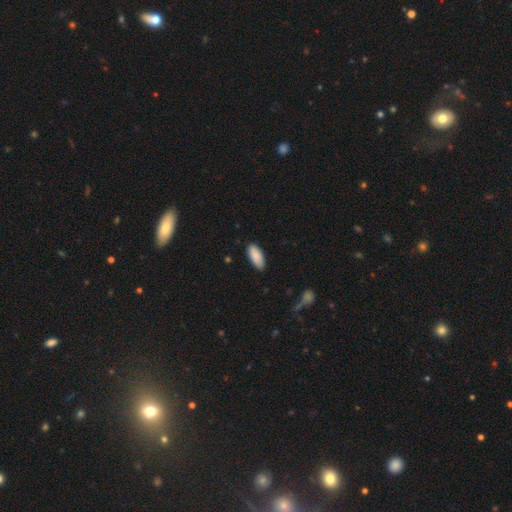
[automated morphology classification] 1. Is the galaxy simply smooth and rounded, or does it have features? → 89% smooth, 6% star or artifact, 5% featured or disk.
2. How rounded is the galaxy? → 88% in between, 11% cigar-shaped, 2% round.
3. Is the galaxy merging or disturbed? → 86% none, 11% minor disturbance, 2% major disturbance, 1% merger.